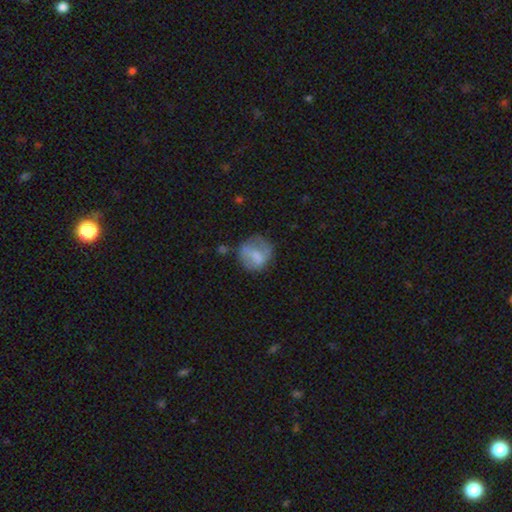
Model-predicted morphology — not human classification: A smooth galaxy with no disk features (64%) that is round (77%). Merging: none (54%).